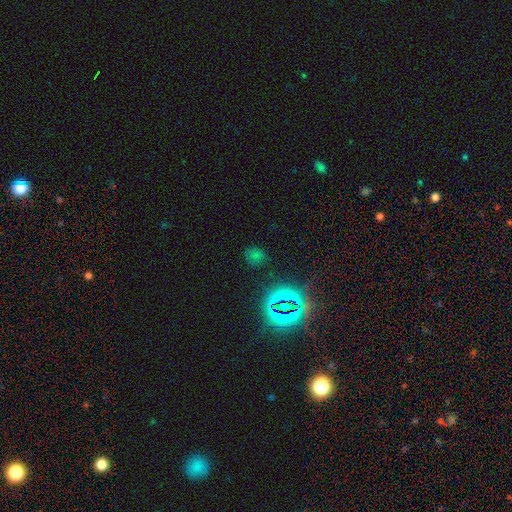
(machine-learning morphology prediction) Smooth or featured: smooth — 51% (star or artifact — 43%)
How rounded: round — 66% (in between — 32%)
Merging: none — 79% (minor disturbance — 13%)